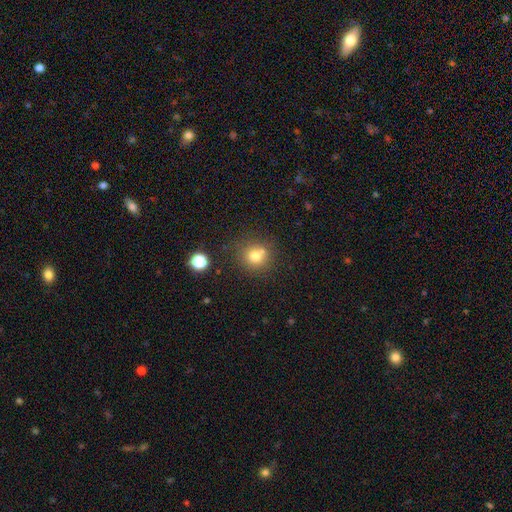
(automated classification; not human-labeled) Overall: smooth (75%). How rounded: round (87%). Merging: none (64%).